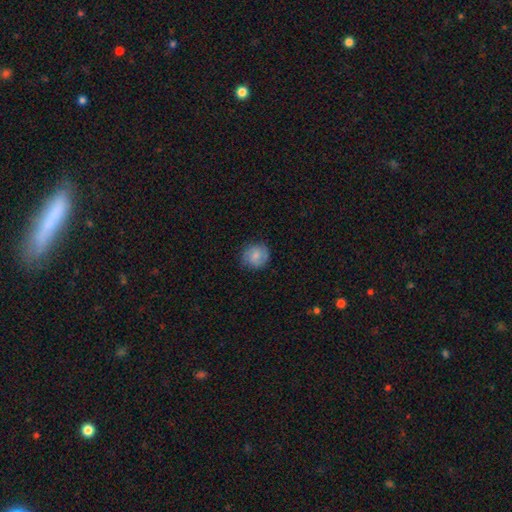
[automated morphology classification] The model was most divided on "smooth or featured": smooth: 59%, featured or disk: 34%, star or artifact: 7%. More confident: how rounded — round (85%); merging — none (80%).